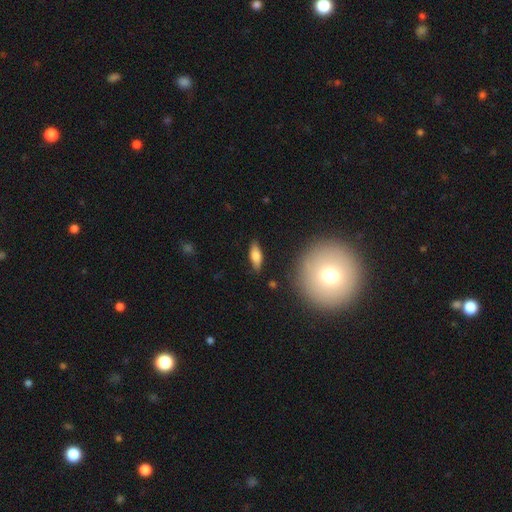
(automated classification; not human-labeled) A smooth galaxy with no disk features (70%) that is in between round and cigar-shaped (69%).

Vote fractions:
- Smooth or featured? smooth: 70% / featured or disk: 23% / star or artifact: 7%
- How rounded? in between: 69% / cigar-shaped: 28% / round: 3%
- Merging? none: 84% / minor disturbance: 11% / major disturbance: 3% / merger: 2%